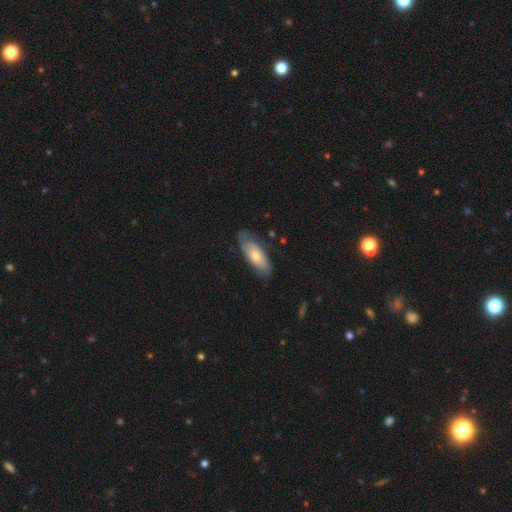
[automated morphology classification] A featured or disk galaxy (48%). Merging: none (68%).